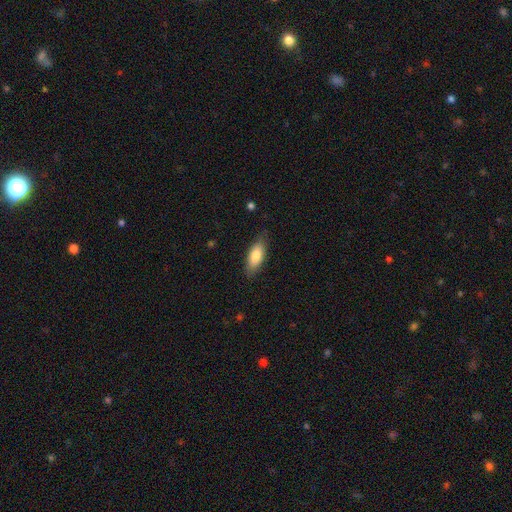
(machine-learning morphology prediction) Smooth or featured?
  - smooth: 80% *
  - featured or disk: 14%
  - star or artifact: 6%
How rounded?
  - in between: 80% *
  - cigar-shaped: 18%
  - round: 2%
Merging?
  - none: 79% *
  - minor disturbance: 16%
  - major disturbance: 3%
  - merger: 1%